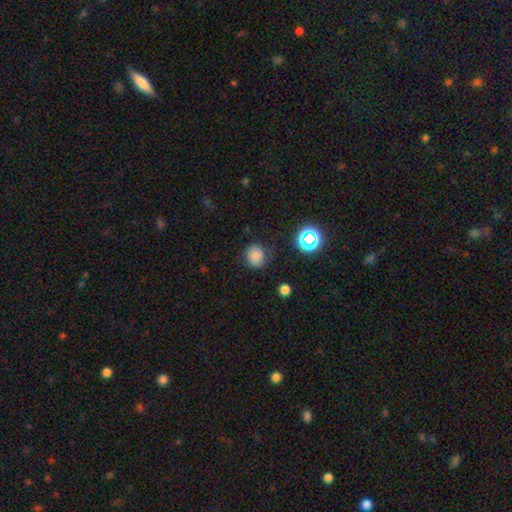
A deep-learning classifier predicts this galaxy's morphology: type=smooth (78%); roundness=round (81%); merging=none (74%).